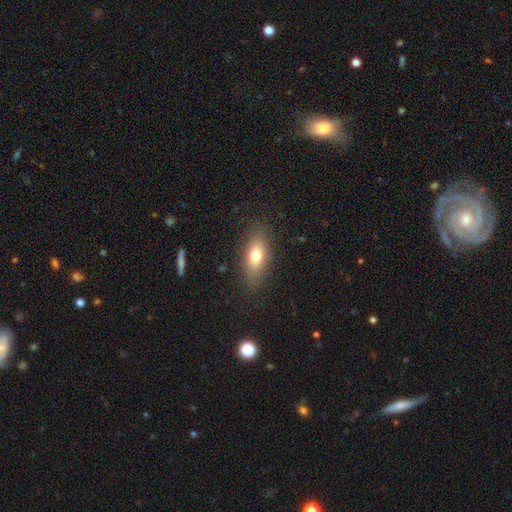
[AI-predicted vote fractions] This appears to be a smooth galaxy with no disk features (73%) that is in between round and cigar-shaped (80%). Merging: none (84%).